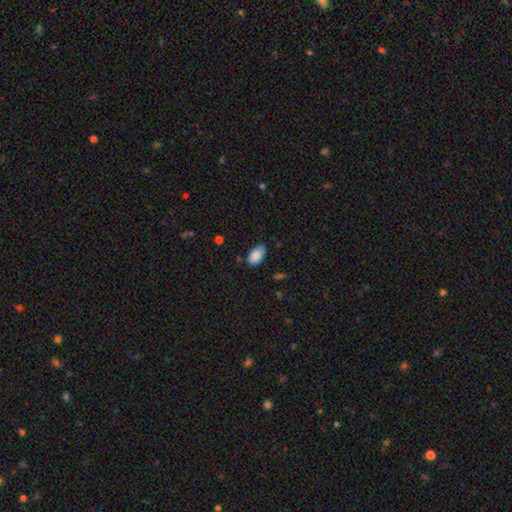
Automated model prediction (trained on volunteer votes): smooth_or_featured: smooth (p=0.88) [alt: star or artifact p=0.07]
how_rounded: in between (p=0.94) [alt: round p=0.04]
merging: none (p=0.73) [alt: minor disturbance p=0.22]